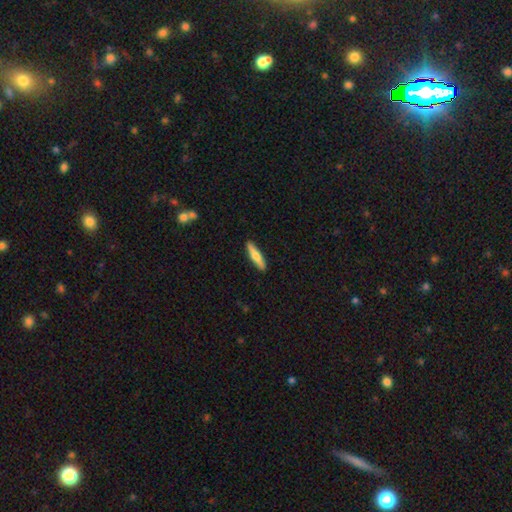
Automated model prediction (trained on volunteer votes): The model was most divided on "smooth or featured": smooth: 60%, featured or disk: 35%, star or artifact: 5%. More confident: merging — none (90%); how rounded — cigar-shaped (84%).